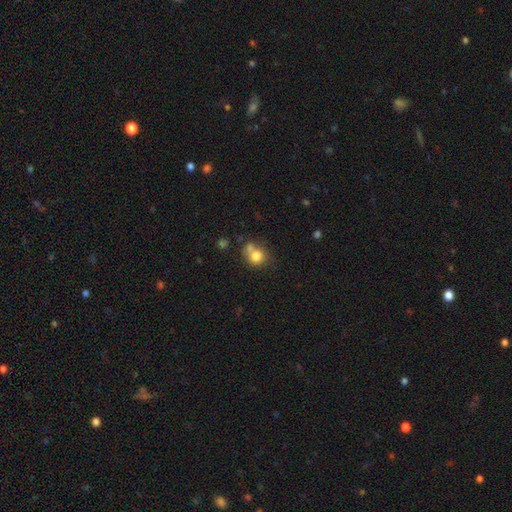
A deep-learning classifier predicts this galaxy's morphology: This is likely a smooth galaxy (78%). How rounded: likely round (75%). Merging: marginally none (44%).